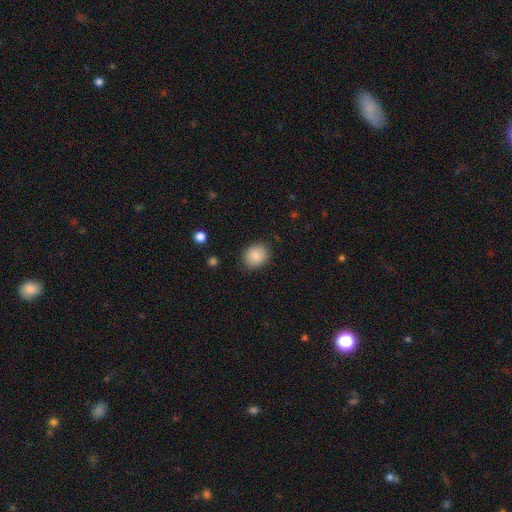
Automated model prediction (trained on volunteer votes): A smooth galaxy with no disk features (88%) that is round (61%). Merging: none (87%).